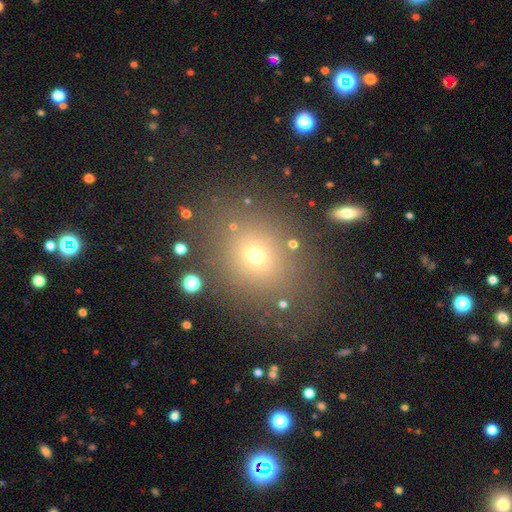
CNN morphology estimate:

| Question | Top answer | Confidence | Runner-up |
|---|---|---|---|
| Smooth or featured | smooth | 64% | star or artifact (24%) |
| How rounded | round | 64% | in between (34%) |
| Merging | none | 79% | minor disturbance (11%) |